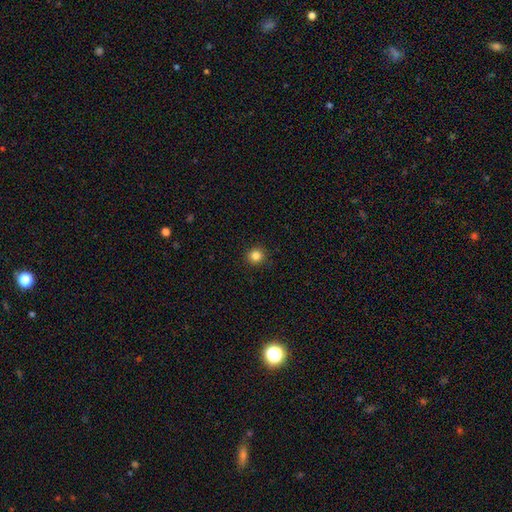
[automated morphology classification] A smooth galaxy with no disk features (84%) that is round (93%). Merging: none (92%).